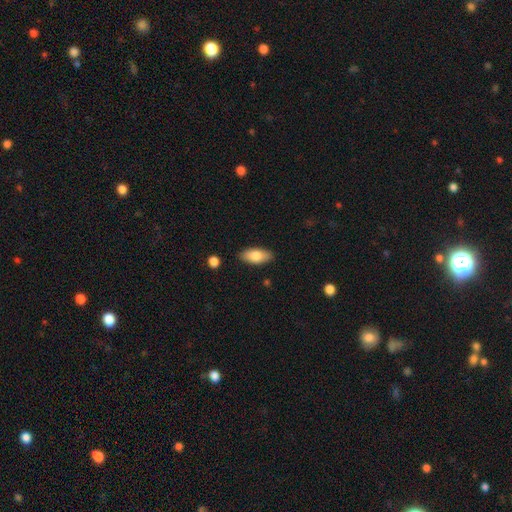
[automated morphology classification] This appears to be a smooth galaxy with no disk features (80%) that is in between round and cigar-shaped (86%). Merging: none (86%).